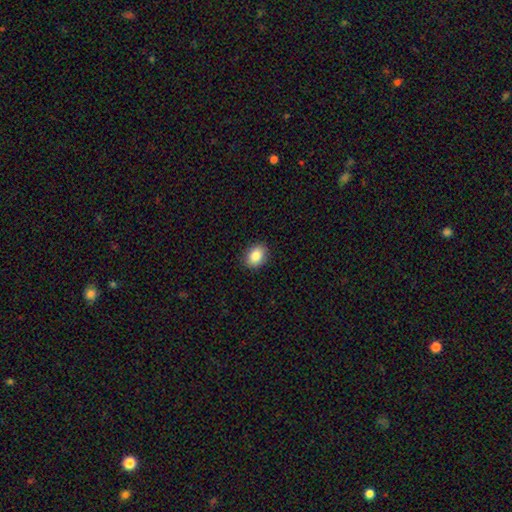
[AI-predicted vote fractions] Q: Smooth or featured?
A: smooth (85%); runner-up: star or artifact (8%)
Q: How rounded?
A: in between (66%); runner-up: round (33%)
Q: Merging?
A: none (89%); runner-up: minor disturbance (8%)